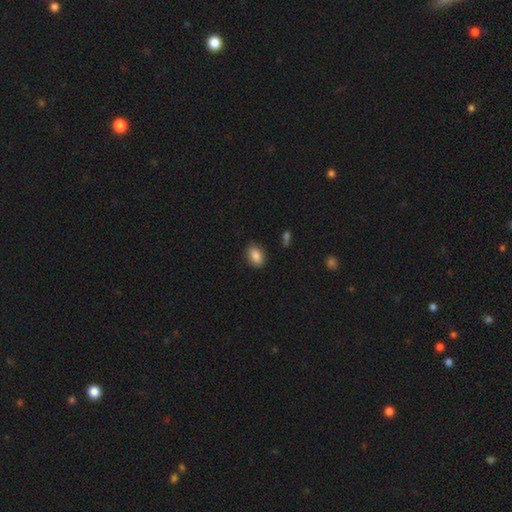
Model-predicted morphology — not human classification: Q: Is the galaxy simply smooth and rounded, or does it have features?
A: smooth — 87%.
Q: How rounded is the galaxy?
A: in between — 85%.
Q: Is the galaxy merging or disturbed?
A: none — 85%.